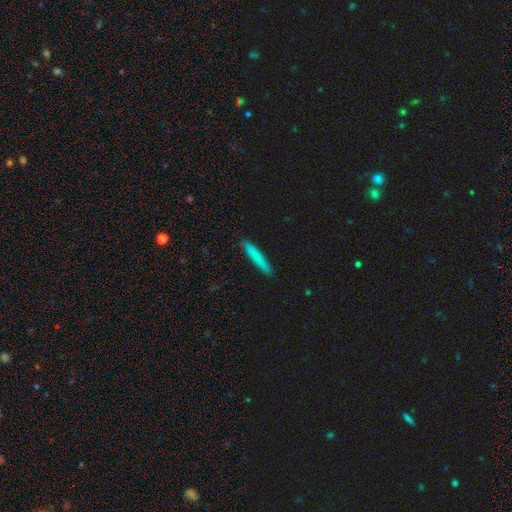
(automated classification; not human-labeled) A smooth galaxy with no disk features (74%) that is cigar-shaped (95%). Merging: none (90%).